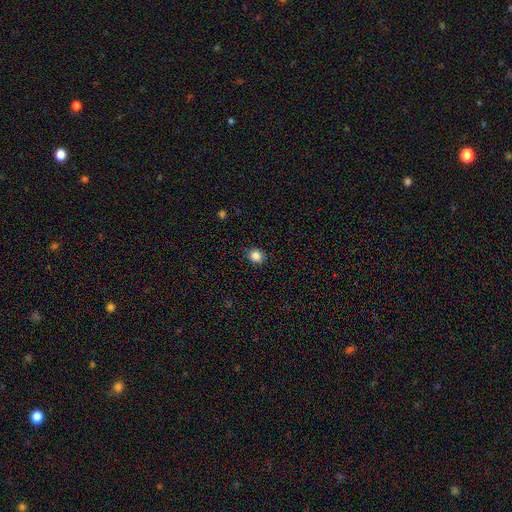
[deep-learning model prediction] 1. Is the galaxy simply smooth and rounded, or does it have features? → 85% smooth, 11% star or artifact, 4% featured or disk.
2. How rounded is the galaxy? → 77% round, 22% in between, 1% cigar-shaped.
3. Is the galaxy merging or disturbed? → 89% none, 8% minor disturbance, 2% major disturbance, 1% merger.